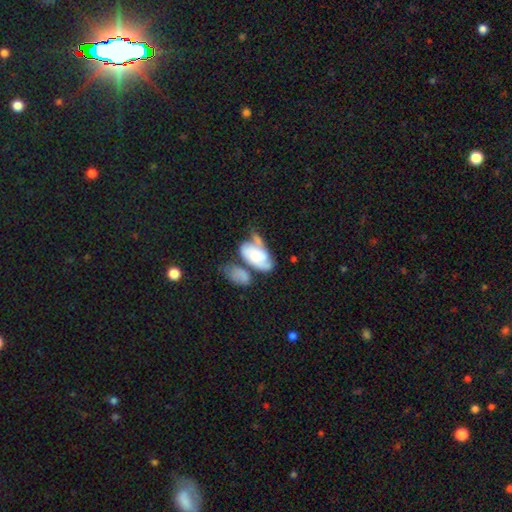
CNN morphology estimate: This is possibly a smooth galaxy (48%). Merging: marginally merger (32%).